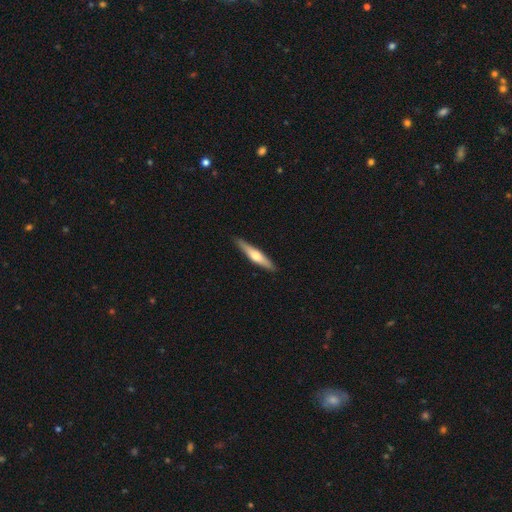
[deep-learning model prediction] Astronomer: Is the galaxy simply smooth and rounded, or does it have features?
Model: featured or disk — 51% (runner-up: smooth, 44%).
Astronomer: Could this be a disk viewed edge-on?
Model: yes — 95%.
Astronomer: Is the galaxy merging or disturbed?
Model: none — 90%.